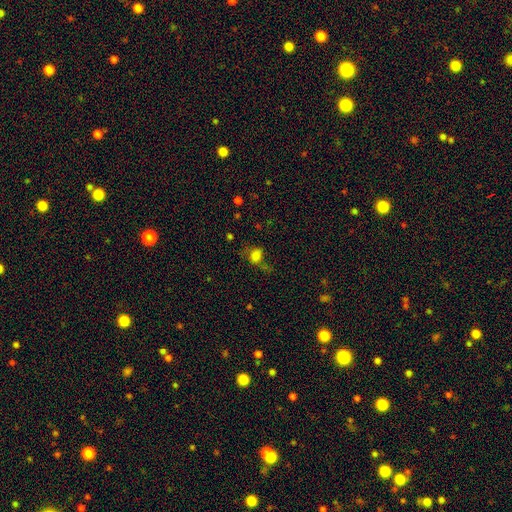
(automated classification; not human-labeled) Q: Smooth or featured?
A: smooth (70%); runner-up: star or artifact (16%)
Q: How rounded?
A: in between (51%); runner-up: round (47%)
Q: Merging?
A: none (42%); runner-up: major disturbance (27%)